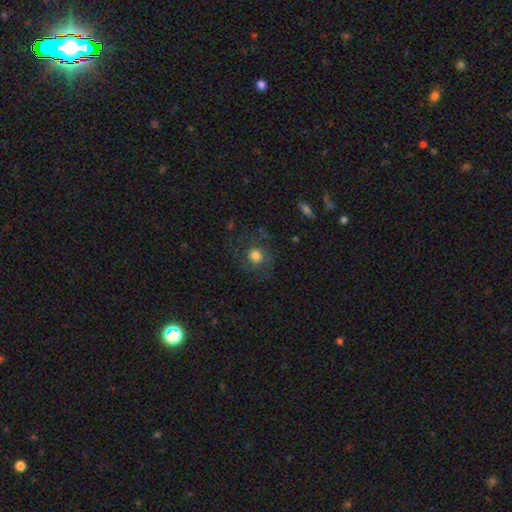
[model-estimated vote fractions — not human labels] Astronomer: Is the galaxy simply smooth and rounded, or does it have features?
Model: smooth — 65%.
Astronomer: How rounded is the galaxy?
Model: round — 86%.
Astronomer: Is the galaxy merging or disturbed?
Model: none — 70%.